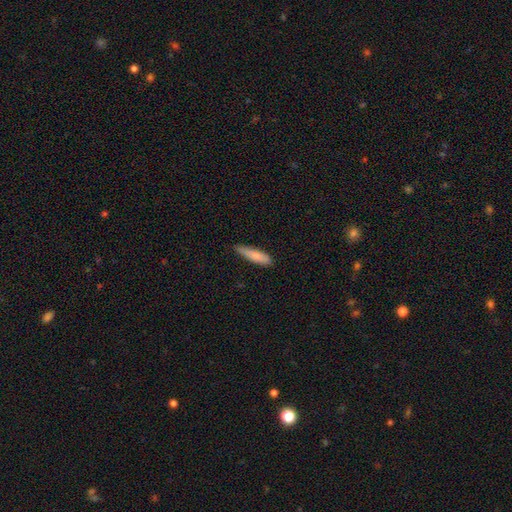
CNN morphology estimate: Smooth or featured? Predicted: smooth (p=0.81). How rounded? Predicted: cigar-shaped (p=0.75). Merging? Predicted: none (p=0.72).